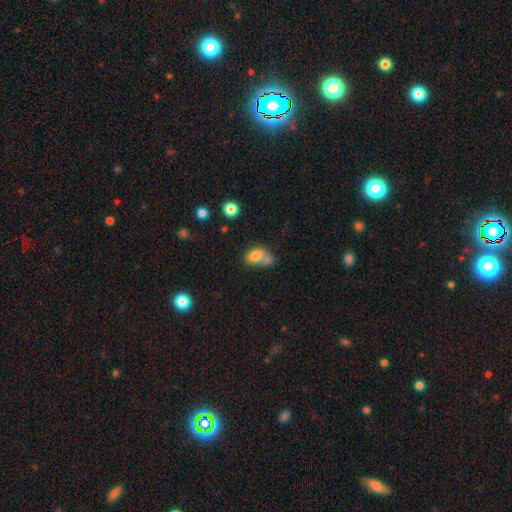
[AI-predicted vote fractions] smooth 76%, featured or disk 14%, star or artifact 10%. Down the decision tree: how rounded — in between (76%); merging — merger (52%).